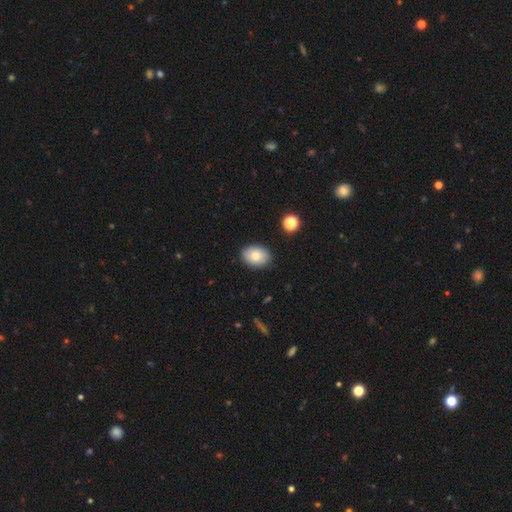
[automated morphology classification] smooth-or-featured: smooth: 79% | featured or disk: 12% | star or artifact: 8%
  how-rounded: in between: 75% | round: 24% | cigar-shaped: 1%
  merging: none: 86% | minor disturbance: 10% | major disturbance: 2% | merger: 1%